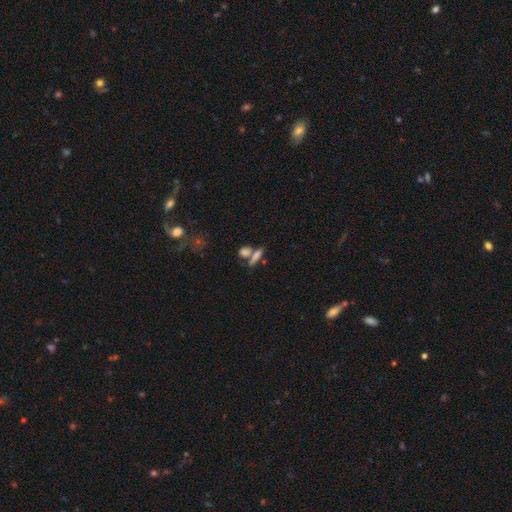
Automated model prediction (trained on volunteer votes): This is likely a smooth galaxy (69%). How rounded: possibly cigar-shaped (52%). Merging: possibly none (49%).